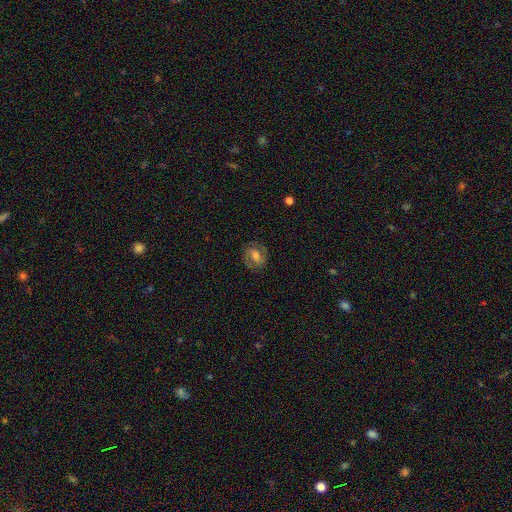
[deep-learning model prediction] Smooth or featured? featured or disk (70%)
Edge-on disk? no (97%)
Bar? weak (47%)
Spiral arms? yes (91%)
Spiral winding? medium (48%)
Spiral arm count? 2 (88%)
Bulge size? moderate (56%)
Merging? none (82%)